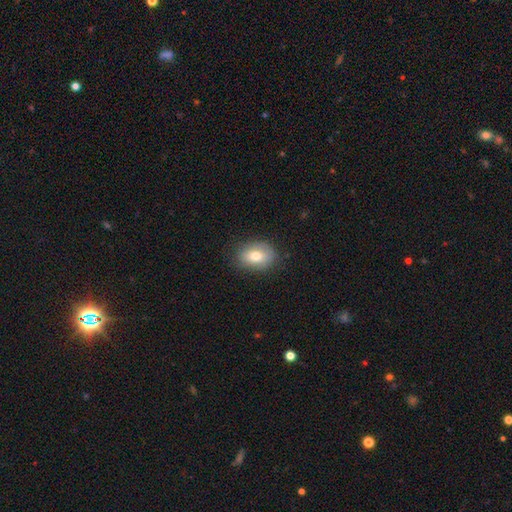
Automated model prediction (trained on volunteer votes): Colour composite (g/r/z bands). It shows a smooth galaxy with no disk features (74%) that is in between round and cigar-shaped (68%). Merging: none (80%).